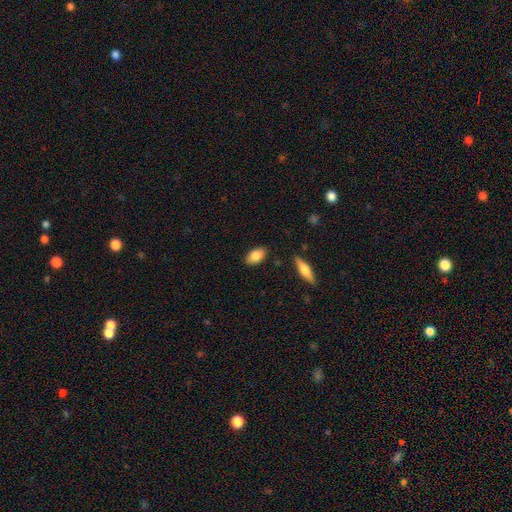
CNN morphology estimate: smooth_or_featured: smooth (p=0.84) [alt: featured or disk p=0.09]
how_rounded: in between (p=0.92) [alt: round p=0.05]
merging: none (p=0.86) [alt: minor disturbance p=0.10]